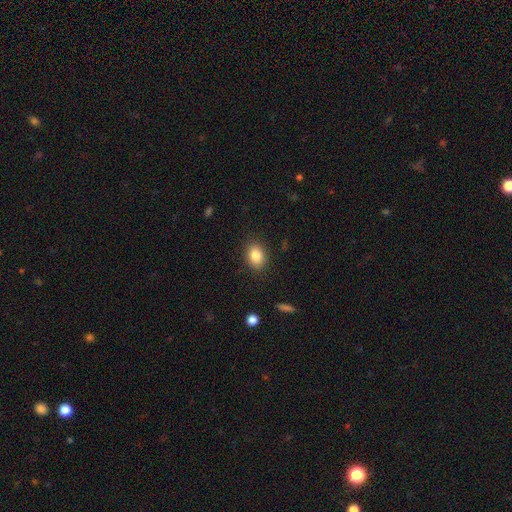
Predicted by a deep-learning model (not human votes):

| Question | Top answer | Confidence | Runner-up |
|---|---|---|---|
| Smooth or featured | smooth | 84% | star or artifact (9%) |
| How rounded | in between | 70% | round (29%) |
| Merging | none | 87% | minor disturbance (9%) |